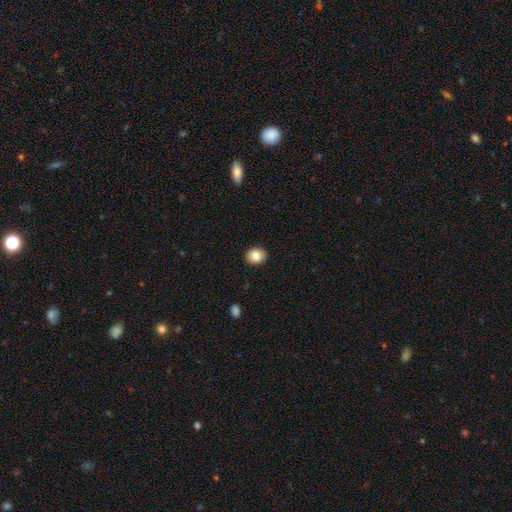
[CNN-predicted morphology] This appears to be a smooth galaxy with no disk features (85%) that is round (71%). Merging: none (91%).